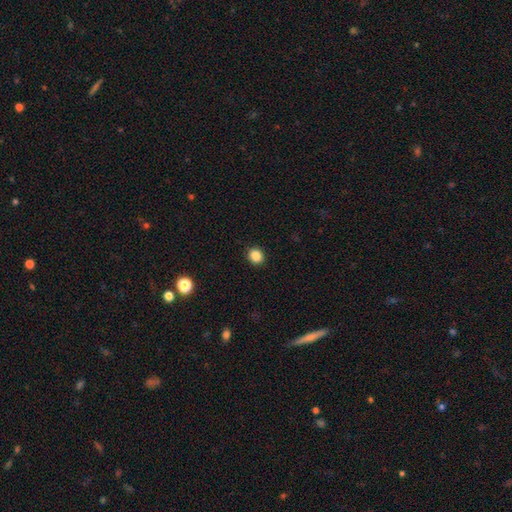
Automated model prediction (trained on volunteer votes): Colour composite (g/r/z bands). It shows a smooth galaxy with no disk features (86%) that is round (73%). Merging: none (91%).